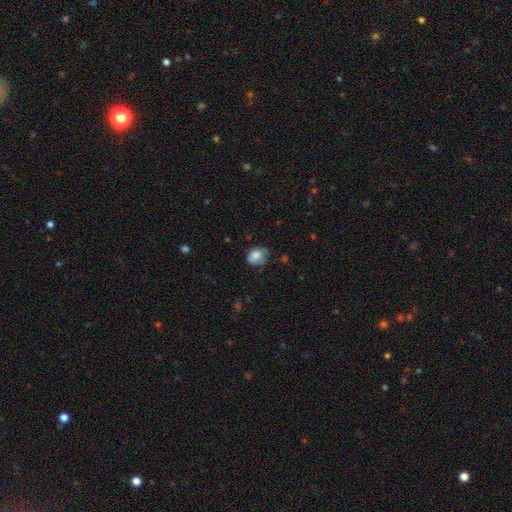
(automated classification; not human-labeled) This appears to be a smooth galaxy with no disk features (78%) that is in between round and cigar-shaped (50%). Merging: none (54%).